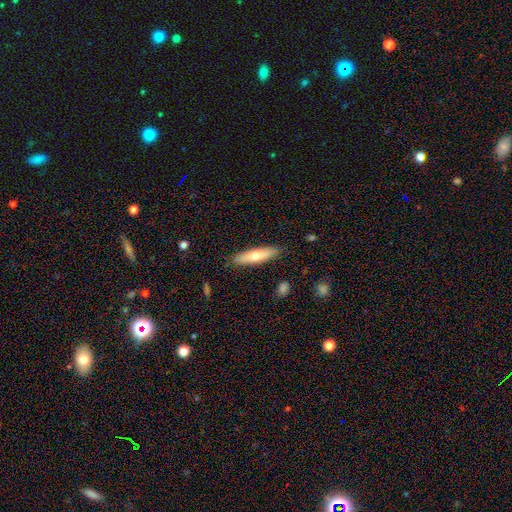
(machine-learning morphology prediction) smooth_or_featured: smooth (p=0.60) [alt: featured or disk p=0.34]
how_rounded: cigar-shaped (p=0.74) [alt: in between p=0.24]
merging: none (p=0.89) [alt: minor disturbance p=0.08]